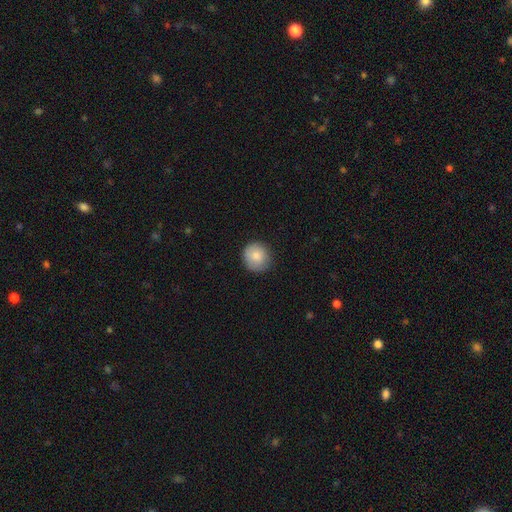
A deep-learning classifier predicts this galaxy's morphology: smooth 84%, featured or disk 9%, star or artifact 7%. Down the decision tree: how rounded — round (91%); merging — none (86%).